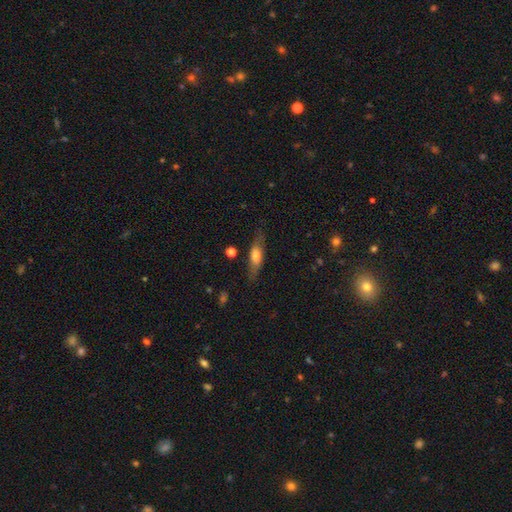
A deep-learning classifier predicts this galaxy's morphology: This is possibly a smooth galaxy (59%). How rounded: possibly cigar-shaped (52%). Merging: likely none (76%).